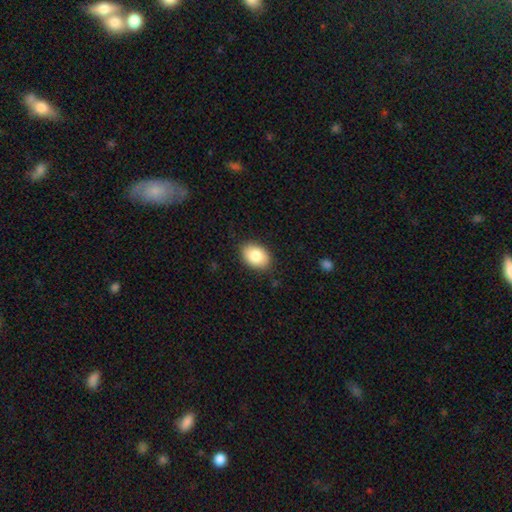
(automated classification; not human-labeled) This is clearly a smooth galaxy (84%). How rounded: clearly in between (82%). Merging: clearly none (86%).